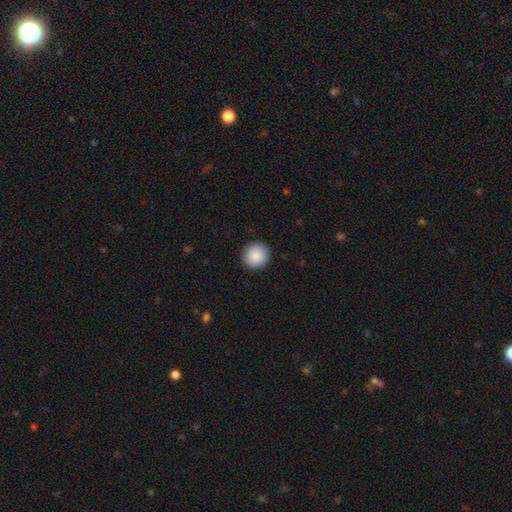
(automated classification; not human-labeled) A smooth galaxy with no disk features (88%) that is round (93%). Merging: none (92%).